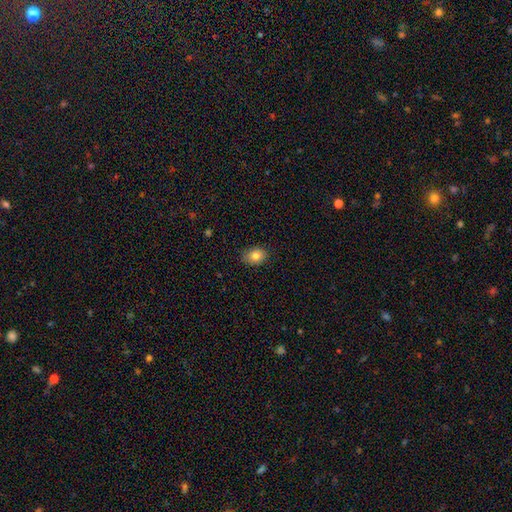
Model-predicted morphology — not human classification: The model was most divided on "how rounded": in between: 74%, round: 25%, cigar-shaped: 1%. More confident: merging — none (86%); smooth or featured — smooth (82%).